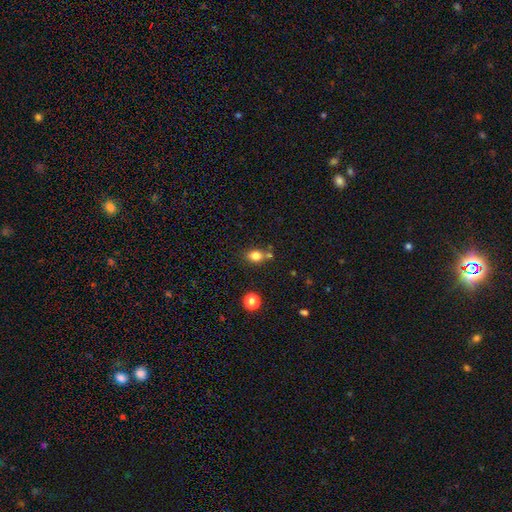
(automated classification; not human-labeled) The model was most divided on "how rounded": in between: 52%, round: 47%, cigar-shaped: 1%. More confident: smooth or featured — smooth (80%); merging — none (65%).